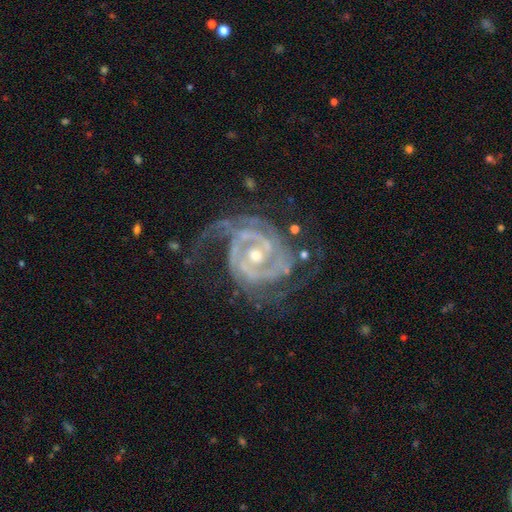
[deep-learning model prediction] Morphology: type=featured or disk (92%); edge-on=no (97%); bar=no (62%); spiral arms=yes (97%); winding=tight (59%); arm count=2 (51%); bulge=moderate (55%); merging=none (53%).